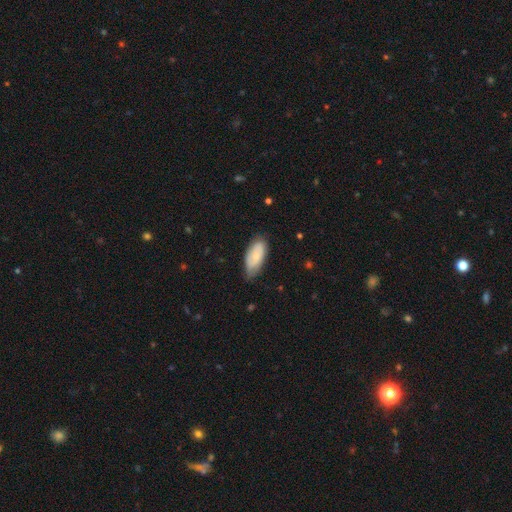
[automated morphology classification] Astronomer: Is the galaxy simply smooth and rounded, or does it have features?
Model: smooth — 68%.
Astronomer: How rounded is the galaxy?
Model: in between — 90%.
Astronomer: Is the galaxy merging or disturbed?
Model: none — 63%.